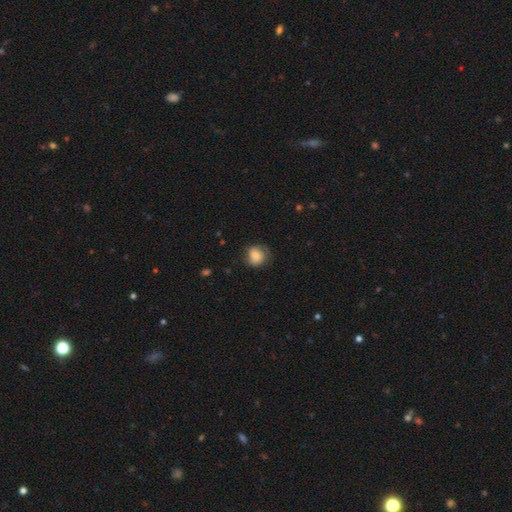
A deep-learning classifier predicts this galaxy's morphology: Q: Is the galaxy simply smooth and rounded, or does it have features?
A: smooth — 76%.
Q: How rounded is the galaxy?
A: round — 76%.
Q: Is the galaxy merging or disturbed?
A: none — 62%.